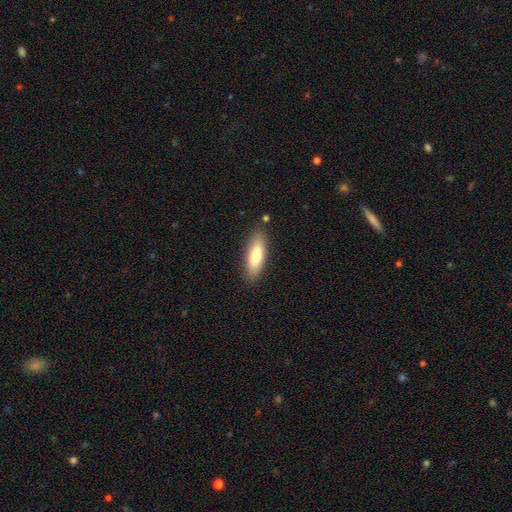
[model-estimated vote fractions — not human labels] smooth 76%, featured or disk 18%, star or artifact 6%. Down the decision tree: how rounded — in between (53%); merging — none (85%).